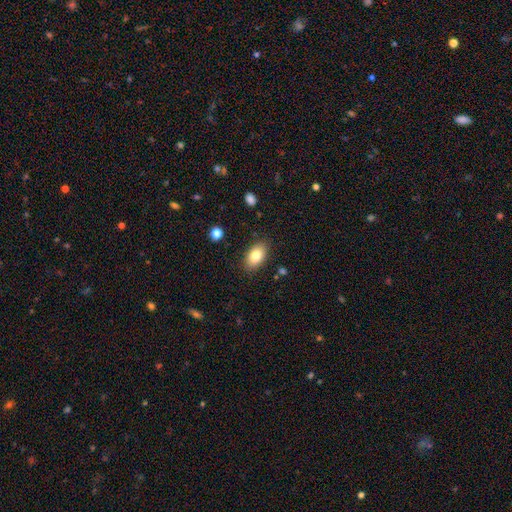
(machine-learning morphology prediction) smooth-or-featured: smooth: 82% | featured or disk: 10% | star or artifact: 8%
  how-rounded: in between: 92% | round: 6% | cigar-shaped: 2%
  merging: none: 86% | minor disturbance: 10% | major disturbance: 3% | merger: 1%